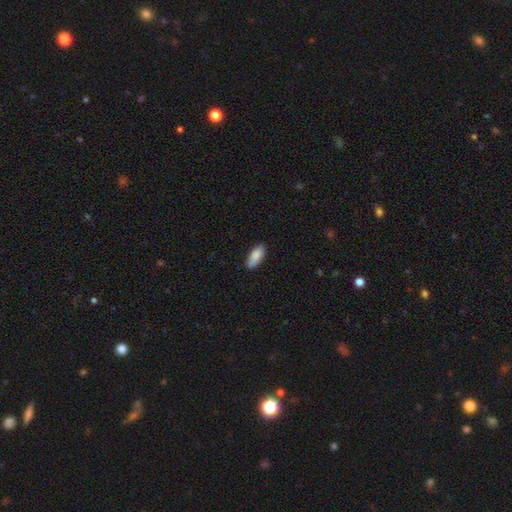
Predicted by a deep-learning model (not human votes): The model was most divided on "how rounded": in between: 82%, cigar-shaped: 16%, round: 2%. More confident: smooth or featured — smooth (87%); merging — none (84%).